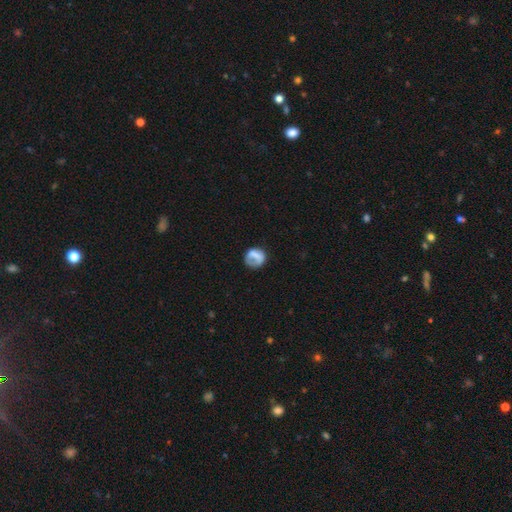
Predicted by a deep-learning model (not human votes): Smooth or featured?
  - smooth: 67% *
  - featured or disk: 24%
  - star or artifact: 9%
How rounded?
  - round: 80% *
  - in between: 19%
  - cigar-shaped: 1%
Merging?
  - none: 54% *
  - minor disturbance: 23%
  - major disturbance: 19%
  - merger: 4%